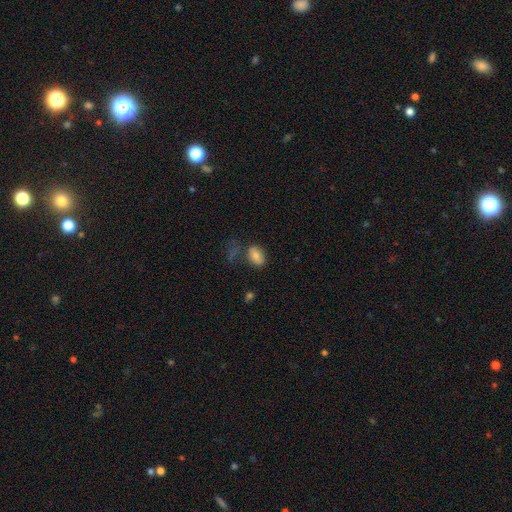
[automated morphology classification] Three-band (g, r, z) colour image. It shows a smooth galaxy with no disk features (78%) that is in between round and cigar-shaped (87%). Merging: none (59%).